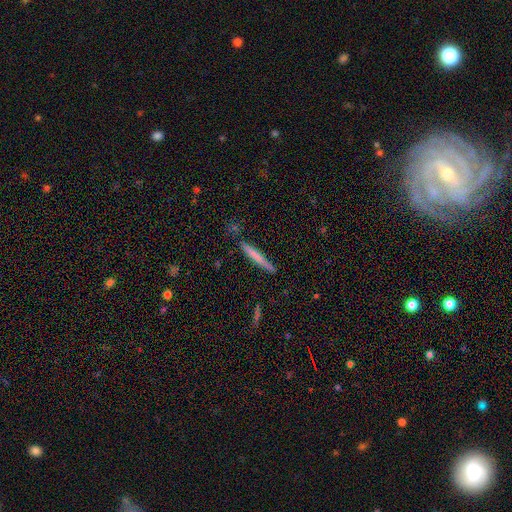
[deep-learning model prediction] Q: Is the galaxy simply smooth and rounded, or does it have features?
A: smooth — 63%.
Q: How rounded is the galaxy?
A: cigar-shaped — 96%.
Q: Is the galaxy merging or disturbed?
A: none — 87%.